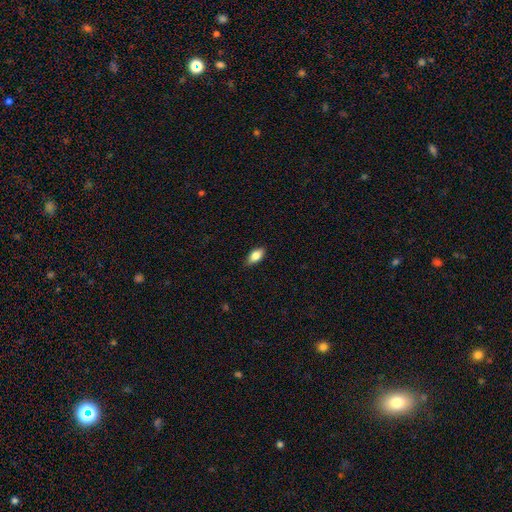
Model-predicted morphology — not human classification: Overall: smooth (83%). How rounded: in between (89%). Merging: none (84%).